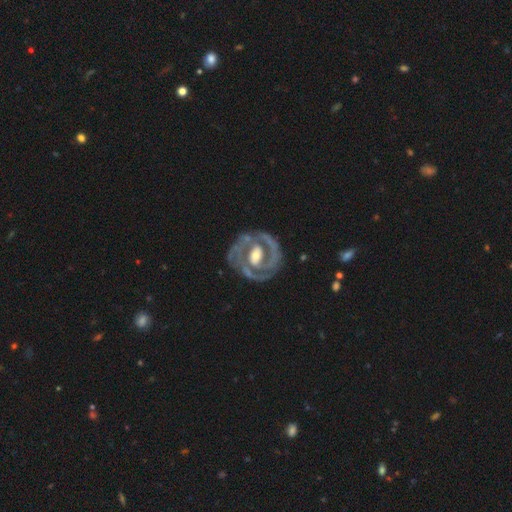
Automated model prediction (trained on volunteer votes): This appears to be a featured or disk galaxy (87%) with a weak bar (39%), 2 (54%) tight (62%) spiral arms (86%) and a moderate central bulge (62%). Merging: none (70%).